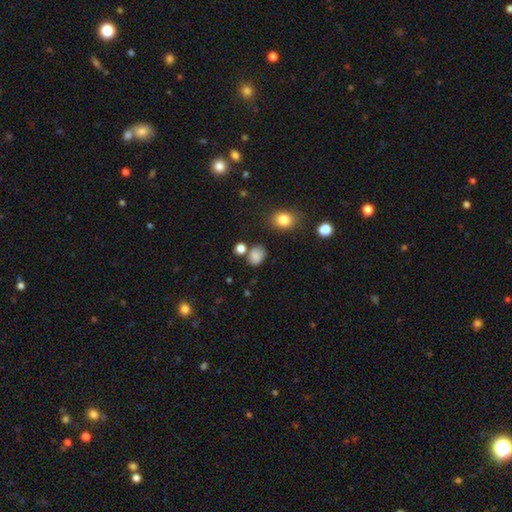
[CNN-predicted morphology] Overall: smooth (83%). How rounded: in between (53%; round 46%). Merging: none (68%).